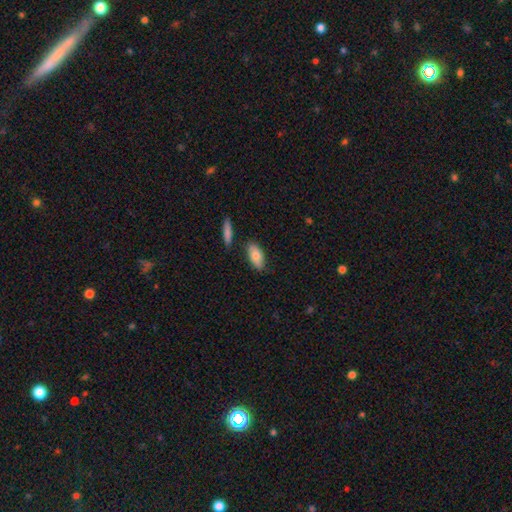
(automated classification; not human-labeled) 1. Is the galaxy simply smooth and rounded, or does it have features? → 79% smooth, 15% featured or disk, 6% star or artifact.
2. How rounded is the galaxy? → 87% in between, 11% cigar-shaped, 3% round.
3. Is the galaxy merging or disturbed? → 79% none, 13% minor disturbance, 5% merger, 3% major disturbance.